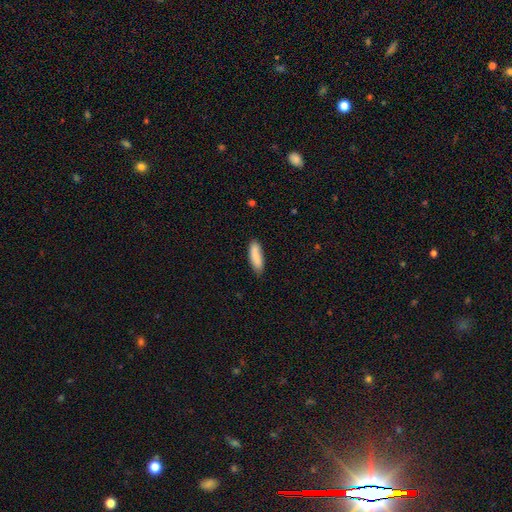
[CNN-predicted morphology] Smooth or featured: smooth — 88% (star or artifact — 6%)
How rounded: in between — 51% (cigar-shaped — 47%)
Merging: none — 81% (minor disturbance — 15%)